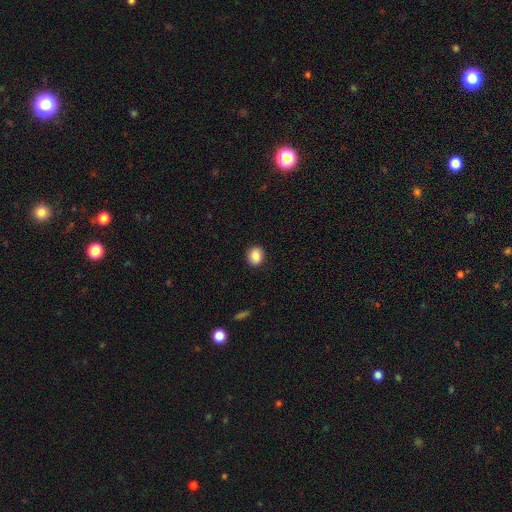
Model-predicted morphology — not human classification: smooth-or-featured: smooth: 86% | star or artifact: 8% | featured or disk: 6%
  how-rounded: round: 64% | in between: 35% | cigar-shaped: 1%
  merging: none: 90% | minor disturbance: 7% | major disturbance: 2% | merger: 1%